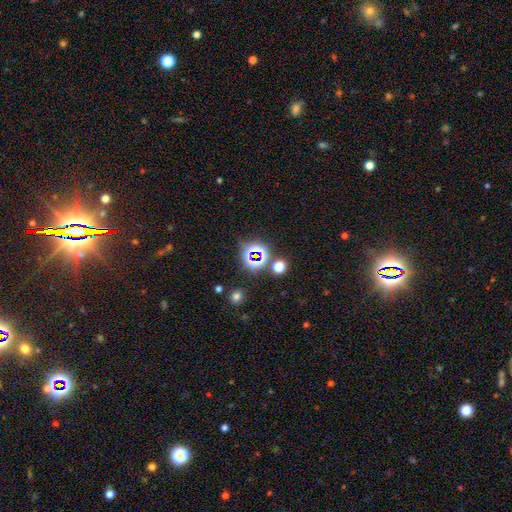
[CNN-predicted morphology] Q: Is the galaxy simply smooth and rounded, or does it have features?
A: star or artifact — 64%.